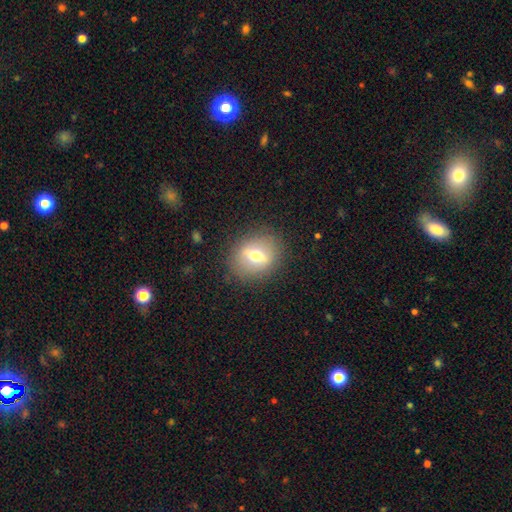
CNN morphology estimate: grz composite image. It shows a smooth galaxy with no disk features (52%) that is round (58%). Merging: none (85%).